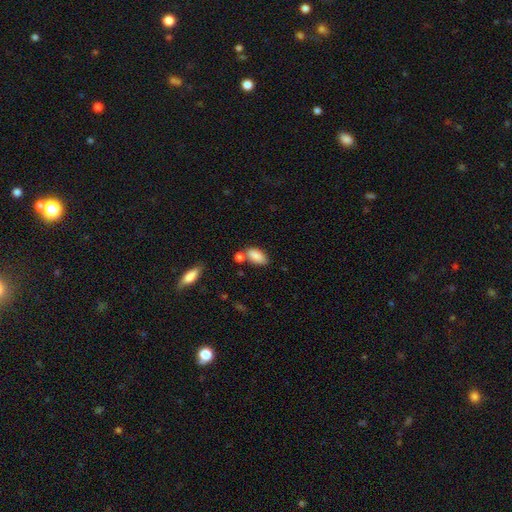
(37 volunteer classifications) smooth 92%, star or artifact 5%, featured or disk 3%. Down the decision tree: how rounded — in between (100%); merging — none (63%).